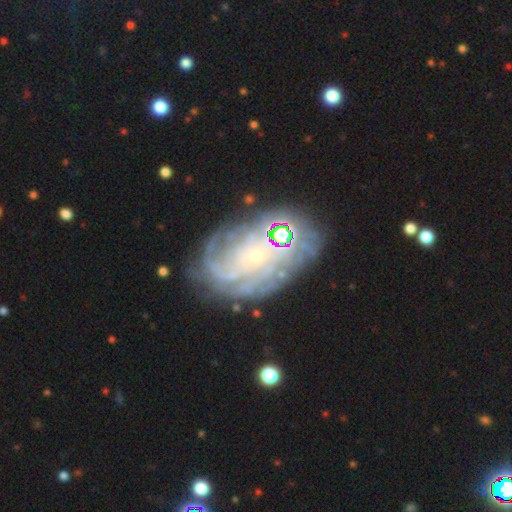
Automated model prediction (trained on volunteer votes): smooth-or-featured: featured or disk: 80% | smooth: 10% | star or artifact: 9%
  disk-edge-on: no: 96% | yes: 4%
    bar: no: 76% | weak: 19% | strong: 5%
    has-spiral-arms: yes: 91% | no: 9%
      spiral-winding: tight: 65% | medium: 26% | loose: 9%
      spiral-arm-count: can't tell: 37% | more than 4: 17% | 4: 15% | 3: 13% | 2: 11% | 1: 7%
    bulge-size: small: 82% | moderate: 8% | none: 7% | large: 1% | dominant: 1%
  merging: none: 67% | minor disturbance: 18% | major disturbance: 11% | merger: 4%